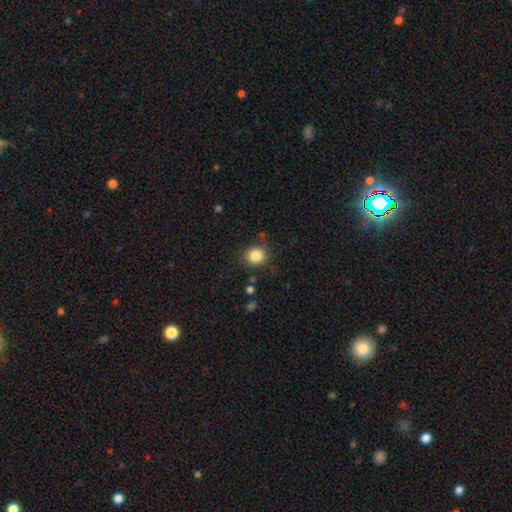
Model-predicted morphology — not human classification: smooth 85%, star or artifact 10%, featured or disk 5%. Down the decision tree: how rounded — round (85%); merging — none (81%).